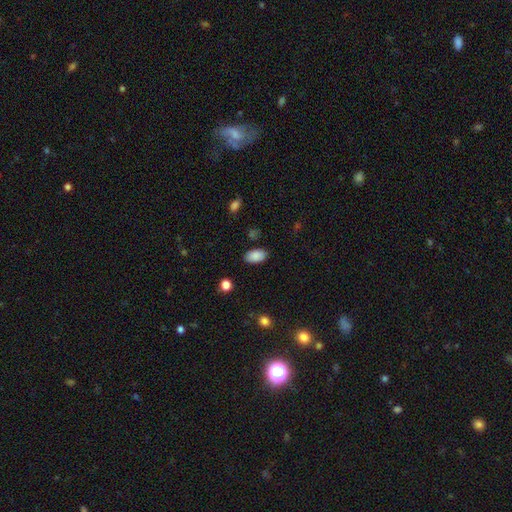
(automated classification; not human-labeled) Q: Smooth or featured?
A: smooth (87%); runner-up: star or artifact (8%)
Q: How rounded?
A: in between (94%); runner-up: round (4%)
Q: Merging?
A: none (86%); runner-up: minor disturbance (10%)